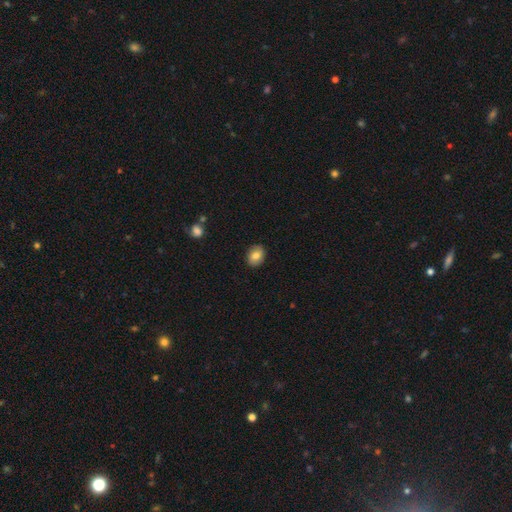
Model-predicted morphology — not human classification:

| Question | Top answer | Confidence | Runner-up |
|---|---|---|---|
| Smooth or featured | smooth | 81% | featured or disk (11%) |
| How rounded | in between | 56% | round (43%) |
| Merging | none | 89% | minor disturbance (8%) |